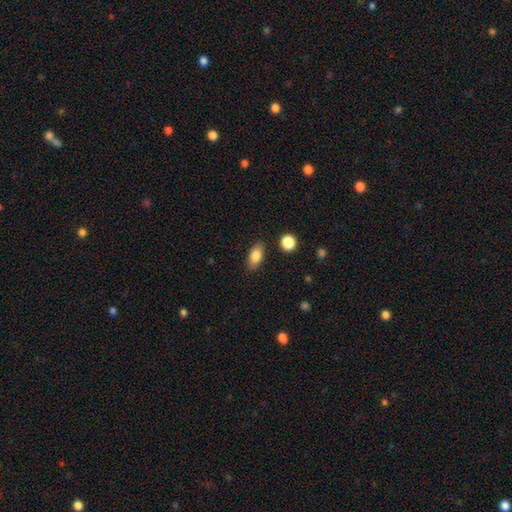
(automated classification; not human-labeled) smooth_or_featured: smooth (p=0.84) [alt: featured or disk p=0.08]
how_rounded: in between (p=0.87) [alt: cigar-shaped p=0.06]
merging: none (p=0.85) [alt: minor disturbance p=0.10]